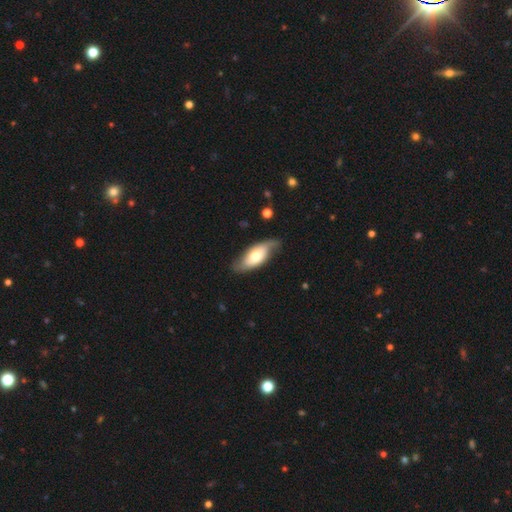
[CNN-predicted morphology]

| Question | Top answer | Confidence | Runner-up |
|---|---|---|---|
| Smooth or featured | smooth | 49% | featured or disk (46%) |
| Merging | none | 65% | minor disturbance (26%) |